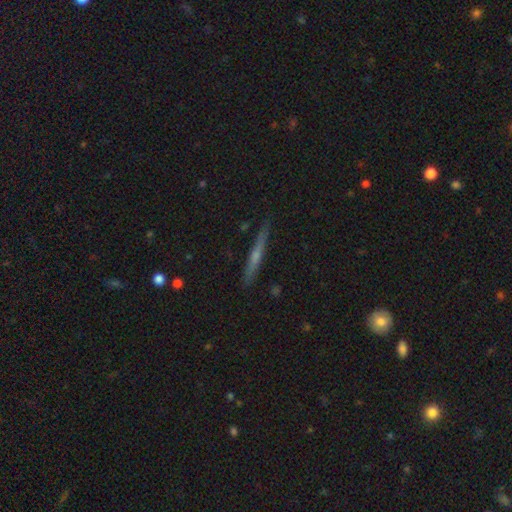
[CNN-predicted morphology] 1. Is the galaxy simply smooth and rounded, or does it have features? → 62% featured or disk, 32% smooth, 7% star or artifact.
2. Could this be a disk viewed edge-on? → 97% yes, 3% no.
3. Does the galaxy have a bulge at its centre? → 55% rounded, 39% none, 6% boxy.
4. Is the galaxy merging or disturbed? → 89% none, 8% minor disturbance, 1% major disturbance, 1% merger.